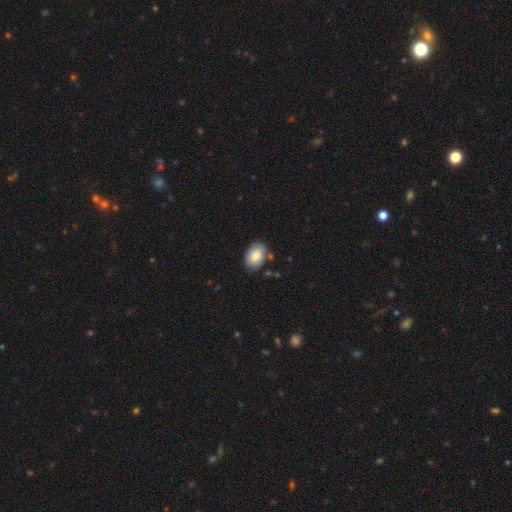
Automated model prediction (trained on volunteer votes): Morphology: type=smooth (85%); roundness=in between (86%); merging=none (79%).